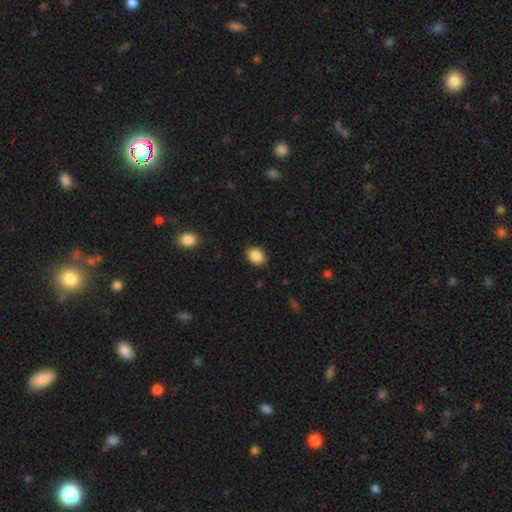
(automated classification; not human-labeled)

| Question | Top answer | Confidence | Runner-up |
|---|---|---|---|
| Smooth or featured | smooth | 87% | star or artifact (8%) |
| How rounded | in between | 70% | round (29%) |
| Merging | none | 88% | minor disturbance (9%) |